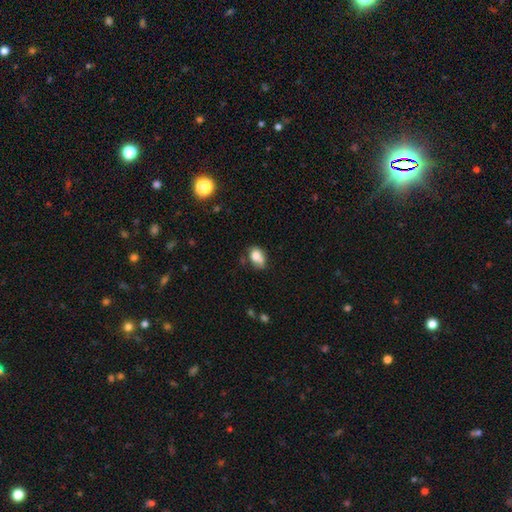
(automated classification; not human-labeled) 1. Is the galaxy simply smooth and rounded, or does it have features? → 74% smooth, 16% featured or disk, 10% star or artifact.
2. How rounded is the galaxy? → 74% in between, 25% round, 1% cigar-shaped.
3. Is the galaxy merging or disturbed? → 40% none, 26% minor disturbance, 24% merger, 10% major disturbance.